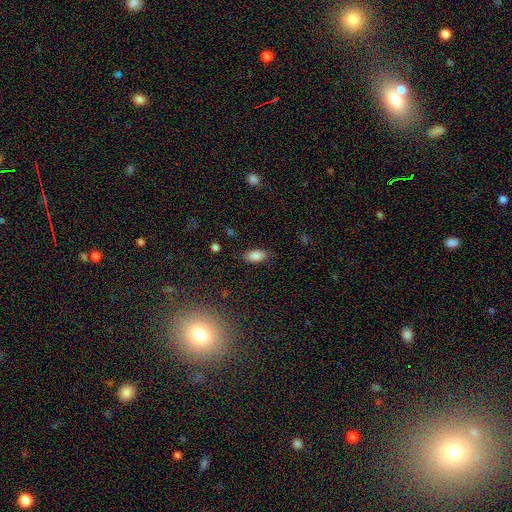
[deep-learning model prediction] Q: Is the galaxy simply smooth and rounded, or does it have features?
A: smooth — 86%.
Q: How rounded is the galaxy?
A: in between — 92%.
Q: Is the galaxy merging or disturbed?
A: none — 82%.